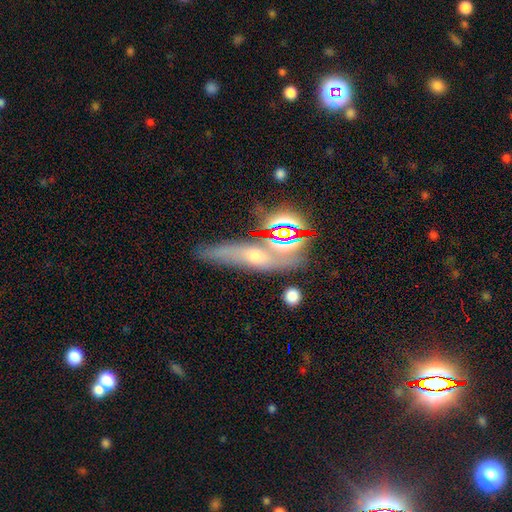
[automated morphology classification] Smooth or featured? smooth (37%)
Merging? none (58%)